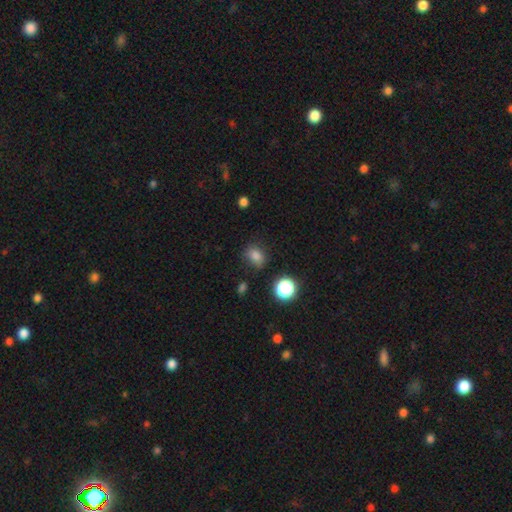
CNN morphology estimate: Q: Smooth or featured?
A: smooth (80%); runner-up: star or artifact (15%)
Q: How rounded?
A: in between (59%); runner-up: round (40%)
Q: Merging?
A: none (74%); runner-up: minor disturbance (18%)